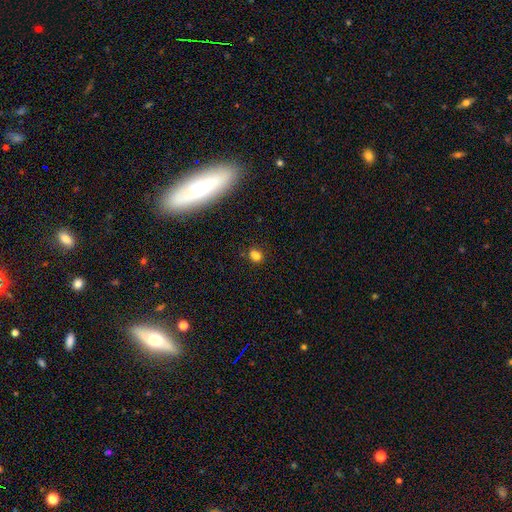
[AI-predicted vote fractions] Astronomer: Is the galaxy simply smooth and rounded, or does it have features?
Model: smooth — 73%.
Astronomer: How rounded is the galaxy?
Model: round — 53% (runner-up: in between, 45%).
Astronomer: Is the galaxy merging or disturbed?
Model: none — 63%.